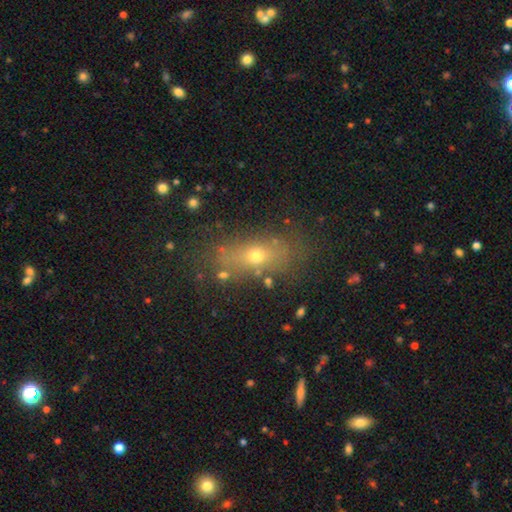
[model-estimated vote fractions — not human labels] smooth_or_featured: smooth (p=0.57) [alt: featured or disk p=0.25]
how_rounded: in between (p=0.67) [alt: cigar-shaped p=0.19]
merging: none (p=0.74) [alt: minor disturbance p=0.15]